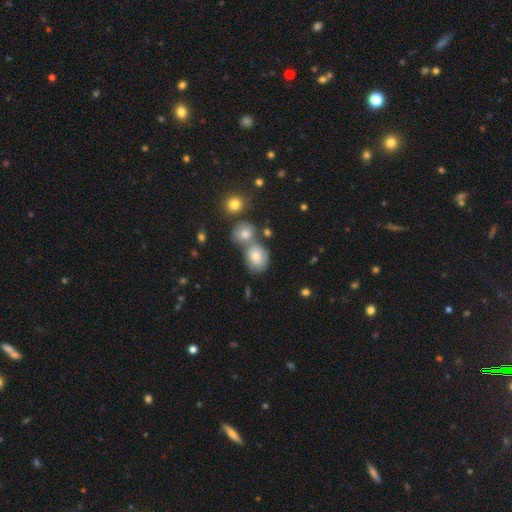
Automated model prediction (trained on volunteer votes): smooth-or-featured: smooth: 69% | featured or disk: 18% | star or artifact: 13%
  how-rounded: round: 55% | in between: 43% | cigar-shaped: 1%
  merging: none: 48% | merger: 35% | minor disturbance: 13% | major disturbance: 5%